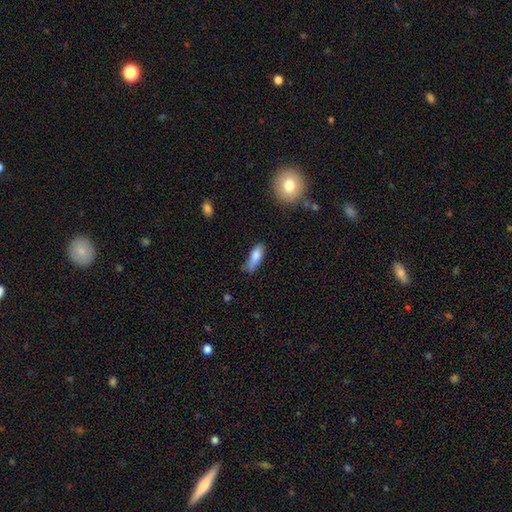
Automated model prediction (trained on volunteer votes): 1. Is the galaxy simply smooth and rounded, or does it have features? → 81% smooth, 11% featured or disk, 7% star or artifact.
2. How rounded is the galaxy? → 62% in between, 36% cigar-shaped, 2% round.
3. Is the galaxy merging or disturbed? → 52% none, 35% minor disturbance, 9% major disturbance, 5% merger.